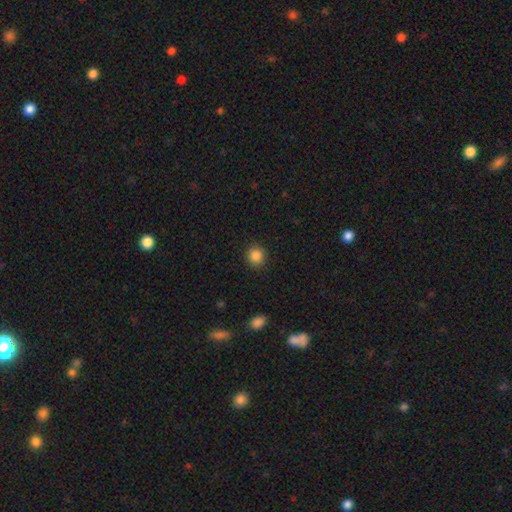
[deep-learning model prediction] Smooth or featured: smooth — 86% (star or artifact — 11%)
How rounded: round — 89% (in between — 10%)
Merging: none — 91% (minor disturbance — 6%)